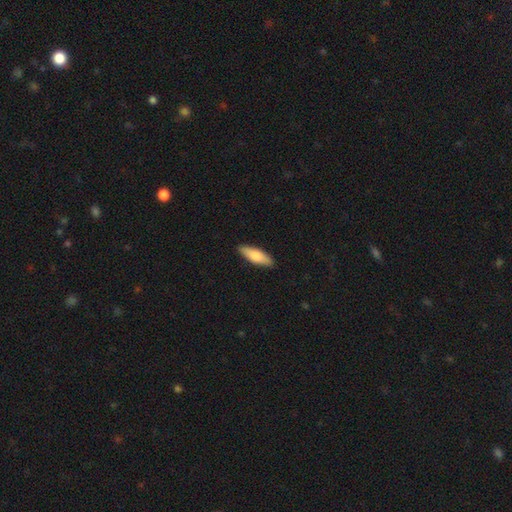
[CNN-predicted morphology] type=smooth (74%); roundness=in between (54%); merging=none (89%).